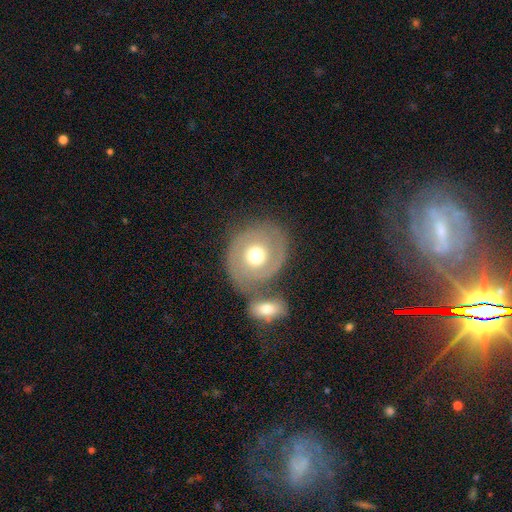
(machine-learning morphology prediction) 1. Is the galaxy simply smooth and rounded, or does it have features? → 62% featured or disk, 32% smooth, 6% star or artifact.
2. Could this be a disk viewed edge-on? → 97% no, 3% yes.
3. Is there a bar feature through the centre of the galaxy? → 81% no, 14% weak, 4% strong.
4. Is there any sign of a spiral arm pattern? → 68% yes, 32% no.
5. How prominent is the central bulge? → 70% moderate, 21% large, 5% small, 2% dominant, 1% none.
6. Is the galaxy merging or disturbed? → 50% none, 30% merger, 13% minor disturbance, 7% major disturbance.